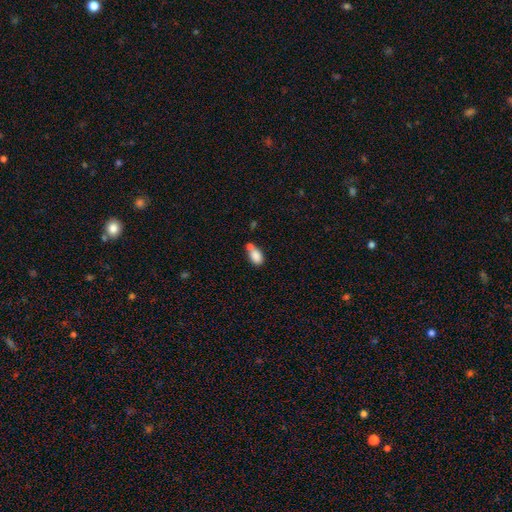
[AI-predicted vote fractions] Smooth or featured? Predicted: smooth (p=0.84). How rounded? Predicted: in between (p=0.87). Merging? Predicted: merger (p=0.41).